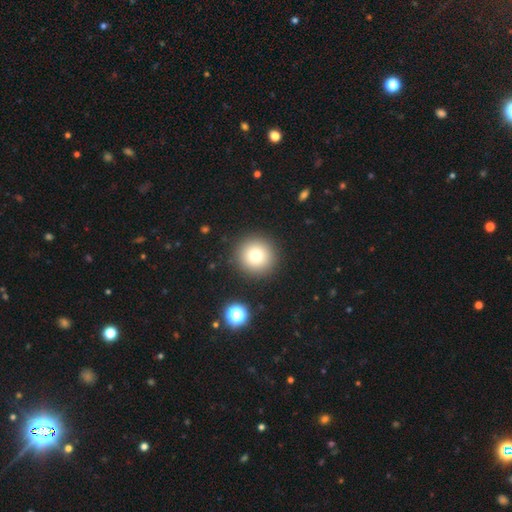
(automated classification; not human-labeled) smooth_or_featured: smooth (p=0.76) [alt: star or artifact p=0.13]
how_rounded: round (p=0.96) [alt: in between p=0.03]
merging: none (p=0.91) [alt: minor disturbance p=0.05]